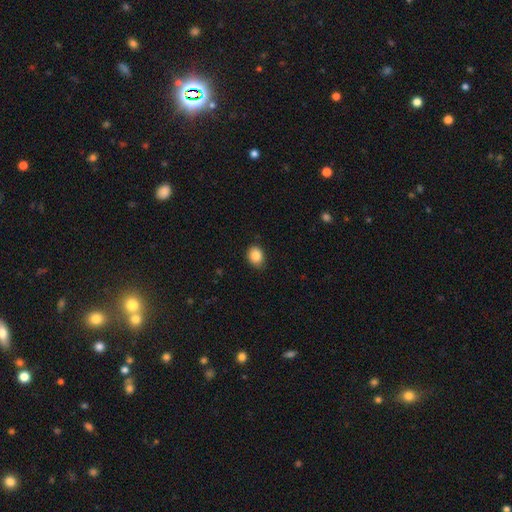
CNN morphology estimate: Overall: smooth (87%). How rounded: in between (55%; round 44%). Merging: none (81%).